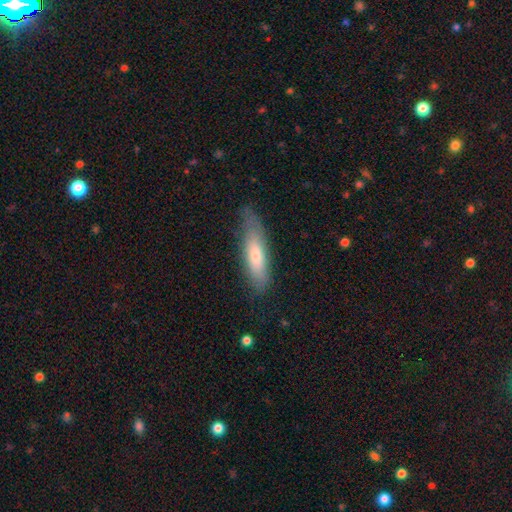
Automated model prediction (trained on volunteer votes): smooth_or_featured: smooth (p=0.65) [alt: featured or disk p=0.29]
how_rounded: cigar-shaped (p=0.65) [alt: in between p=0.33]
merging: none (p=0.70) [alt: minor disturbance p=0.22]